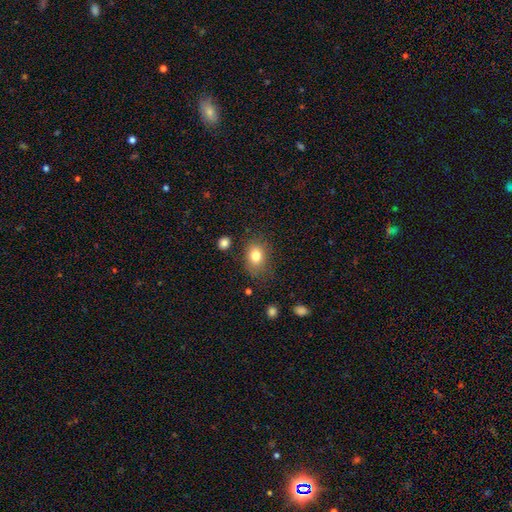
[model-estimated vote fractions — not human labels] A smooth galaxy with no disk features (80%) that is in between round and cigar-shaped (63%).

Vote fractions:
- Smooth or featured? smooth: 80% / star or artifact: 10% / featured or disk: 10%
- How rounded? in between: 63% / round: 36% / cigar-shaped: 1%
- Merging? none: 74% / minor disturbance: 18% / major disturbance: 5% / merger: 3%